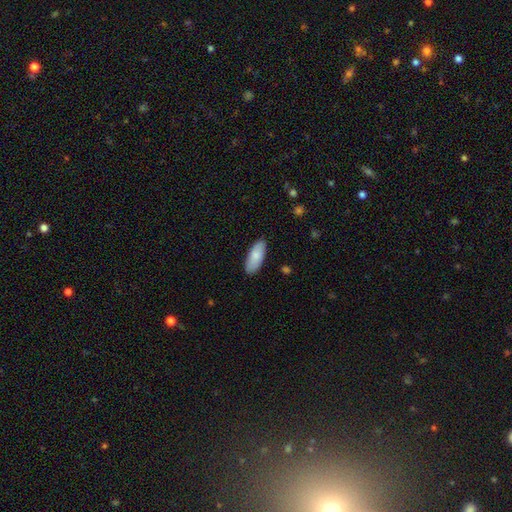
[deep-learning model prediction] A smooth galaxy with no disk features (84%) that is in between round and cigar-shaped (82%).

Vote fractions:
- Smooth or featured? smooth: 84% / featured or disk: 11% / star or artifact: 6%
- How rounded? in between: 82% / cigar-shaped: 16% / round: 2%
- Merging? none: 86% / minor disturbance: 11% / major disturbance: 2% / merger: 1%